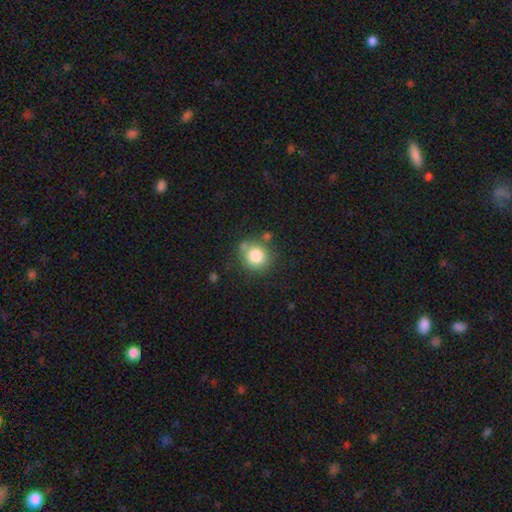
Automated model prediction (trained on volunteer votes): Smooth or featured? smooth (81%)
How rounded? round (85%)
Merging? none (69%)